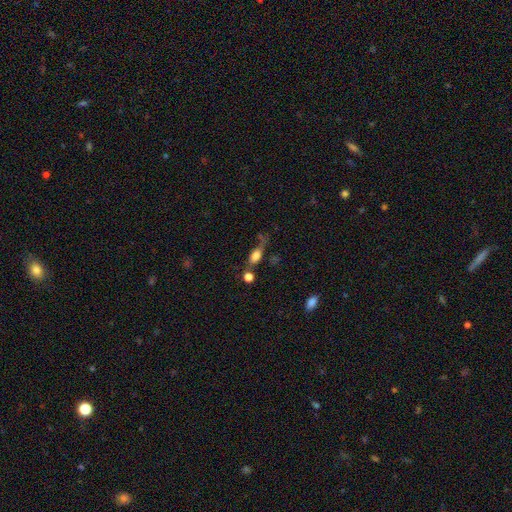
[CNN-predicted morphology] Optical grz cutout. It shows a smooth galaxy with no disk features (68%) that is in between round and cigar-shaped (68%). Merging: none (37%).